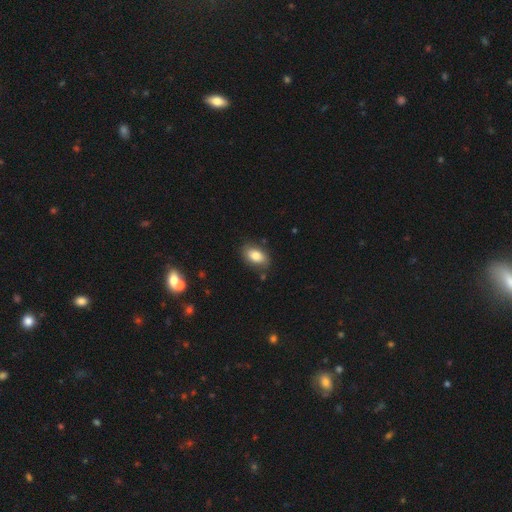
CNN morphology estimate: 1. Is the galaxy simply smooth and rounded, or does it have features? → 79% smooth, 13% featured or disk, 8% star or artifact.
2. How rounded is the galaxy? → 89% in between, 9% round, 2% cigar-shaped.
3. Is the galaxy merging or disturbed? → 80% none, 14% minor disturbance, 3% major disturbance, 2% merger.